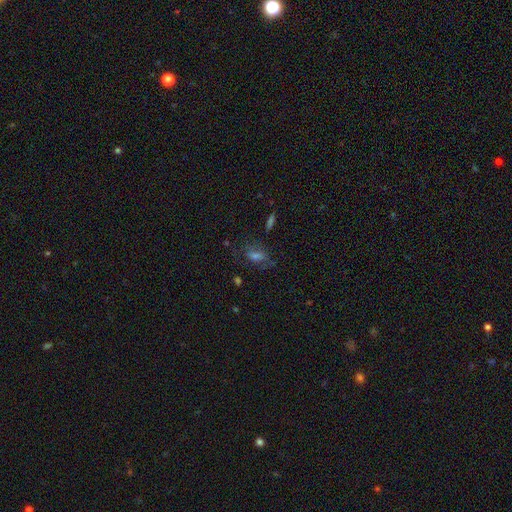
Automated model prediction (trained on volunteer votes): A smooth galaxy with no disk features (38%). Merging: none (64%).